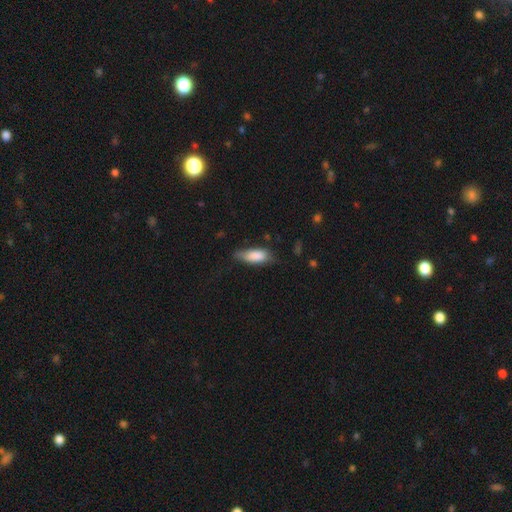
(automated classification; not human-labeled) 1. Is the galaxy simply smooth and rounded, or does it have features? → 83% smooth, 11% featured or disk, 6% star or artifact.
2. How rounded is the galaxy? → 75% in between, 23% cigar-shaped, 2% round.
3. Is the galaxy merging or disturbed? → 56% none, 33% minor disturbance, 8% major disturbance, 2% merger.